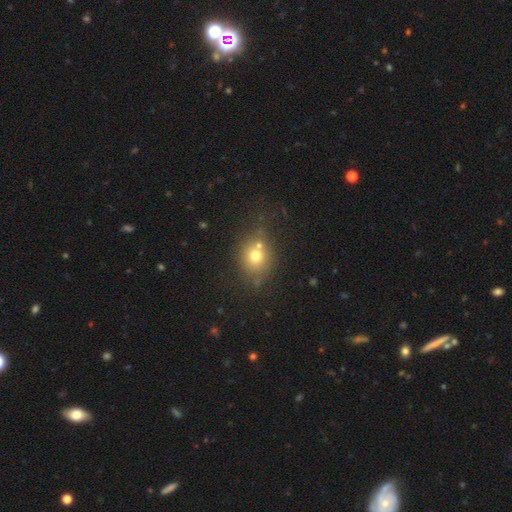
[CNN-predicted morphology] A smooth galaxy with no disk features (69%) that is round (73%).

Vote fractions:
- Smooth or featured? smooth: 69% / featured or disk: 15% / star or artifact: 15%
- How rounded? round: 73% / in between: 26% / cigar-shaped: 1%
- Merging? none: 59% / merger: 22% / minor disturbance: 13% / major disturbance: 6%